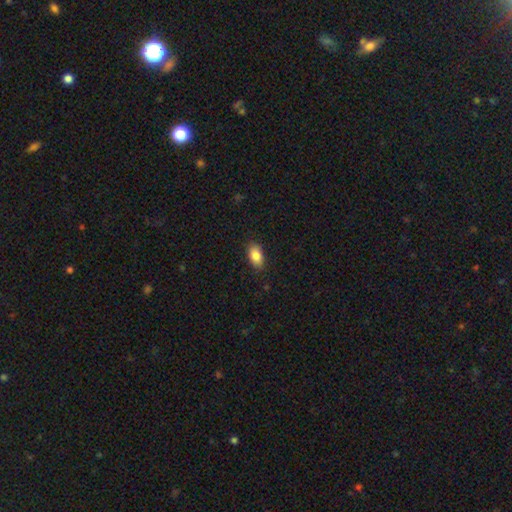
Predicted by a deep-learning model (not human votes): Morphology: type=smooth (86%); roundness=in between (91%); merging=none (86%).